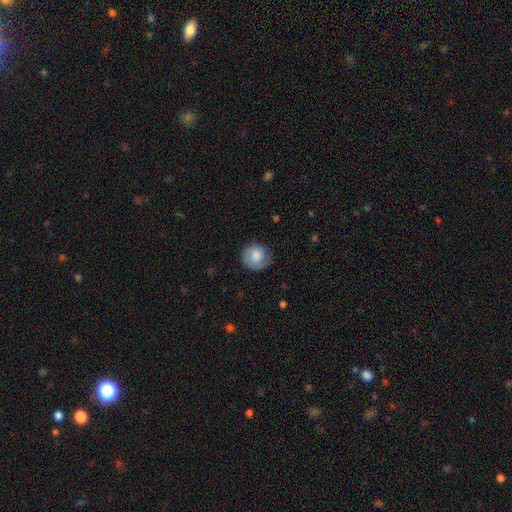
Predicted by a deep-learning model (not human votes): A smooth galaxy with no disk features (79%) that is round (86%).

Vote fractions:
- Smooth or featured? smooth: 79% / featured or disk: 14% / star or artifact: 7%
- How rounded? round: 86% / in between: 13% / cigar-shaped: 1%
- Merging? none: 73% / minor disturbance: 20% / major disturbance: 6% / merger: 1%